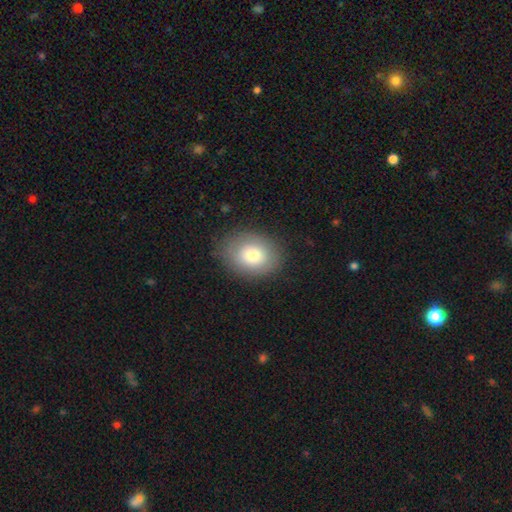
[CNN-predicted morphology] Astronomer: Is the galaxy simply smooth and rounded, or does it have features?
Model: smooth — 76%.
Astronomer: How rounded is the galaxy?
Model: in between — 57% (runner-up: round, 43%).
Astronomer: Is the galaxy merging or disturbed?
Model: none — 81%.